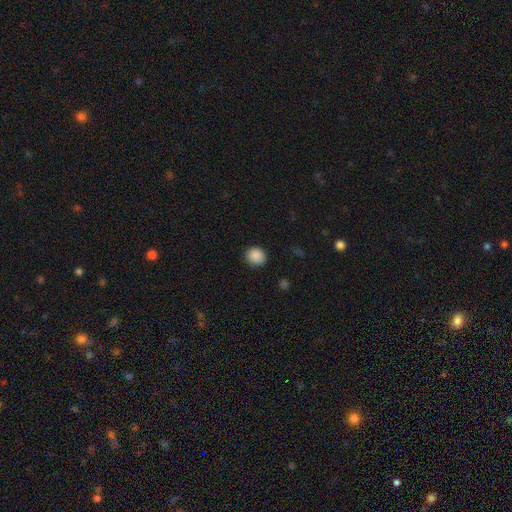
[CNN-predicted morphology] smooth_or_featured: smooth (p=0.88) [alt: star or artifact p=0.09]
how_rounded: round (p=0.80) [alt: in between p=0.19]
merging: none (p=0.88) [alt: minor disturbance p=0.09]